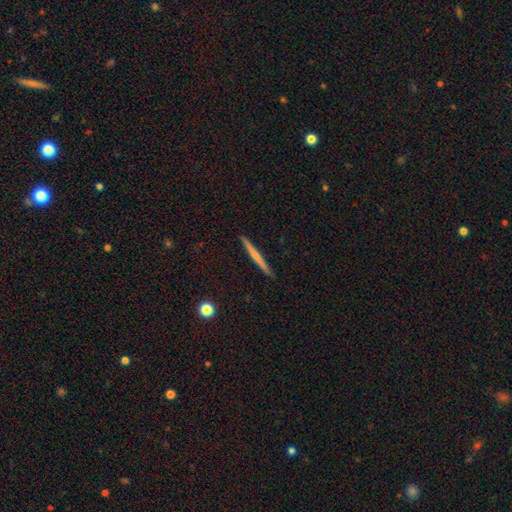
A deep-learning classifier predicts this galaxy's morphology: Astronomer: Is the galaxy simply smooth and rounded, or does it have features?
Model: smooth — 48% (runner-up: featured or disk, 46%).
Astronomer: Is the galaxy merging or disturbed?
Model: none — 92%.